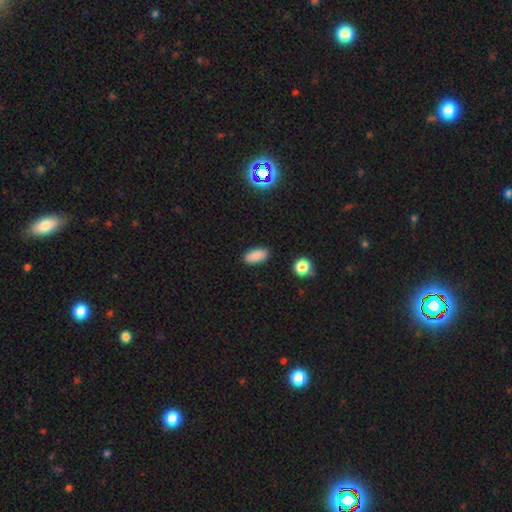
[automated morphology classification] Overall: smooth (87%). How rounded: in between (89%). Merging: none (88%).